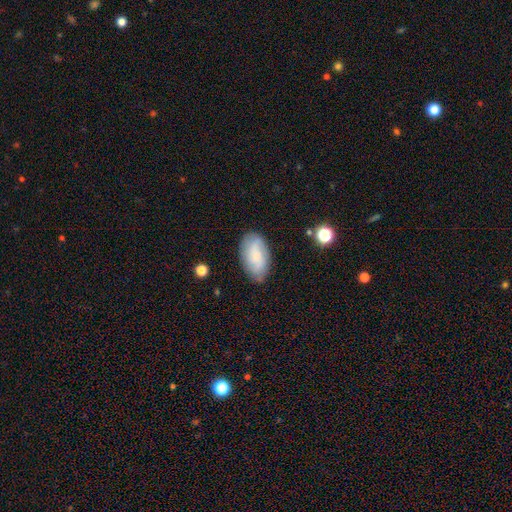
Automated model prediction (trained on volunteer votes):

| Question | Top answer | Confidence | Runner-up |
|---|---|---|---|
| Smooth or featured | smooth | 61% | featured or disk (31%) |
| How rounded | in between | 94% | round (4%) |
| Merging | none | 79% | minor disturbance (16%) |